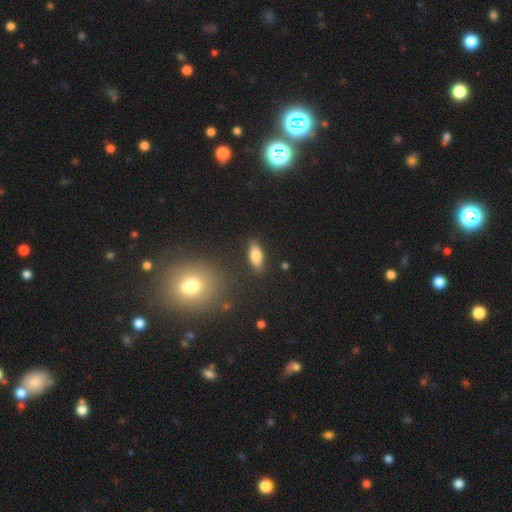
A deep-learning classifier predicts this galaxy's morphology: Overall: smooth (80%). How rounded: in between (79%). Merging: none (86%).